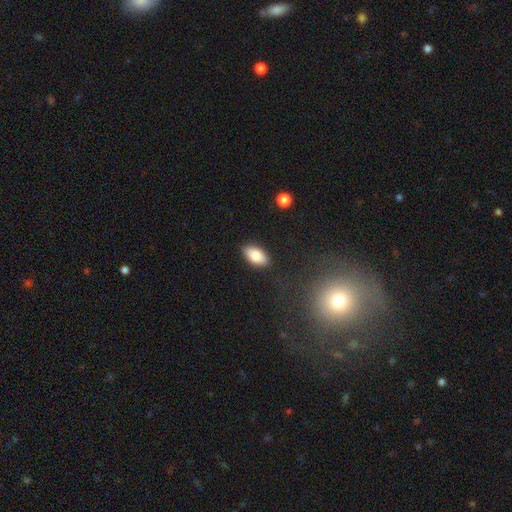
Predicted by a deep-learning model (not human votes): Q: Smooth or featured?
A: smooth (82%); runner-up: featured or disk (10%)
Q: How rounded?
A: in between (93%); runner-up: round (4%)
Q: Merging?
A: none (87%); runner-up: minor disturbance (10%)